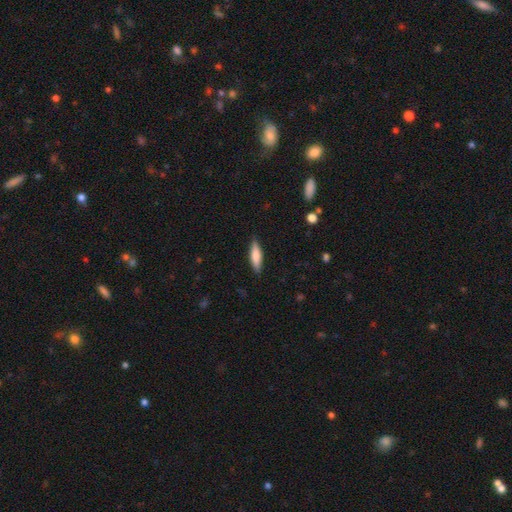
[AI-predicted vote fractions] smooth-or-featured: smooth: 76% | featured or disk: 18% | star or artifact: 6%
  how-rounded: cigar-shaped: 64% | in between: 34% | round: 2%
  merging: none: 87% | minor disturbance: 10% | major disturbance: 2% | merger: 1%